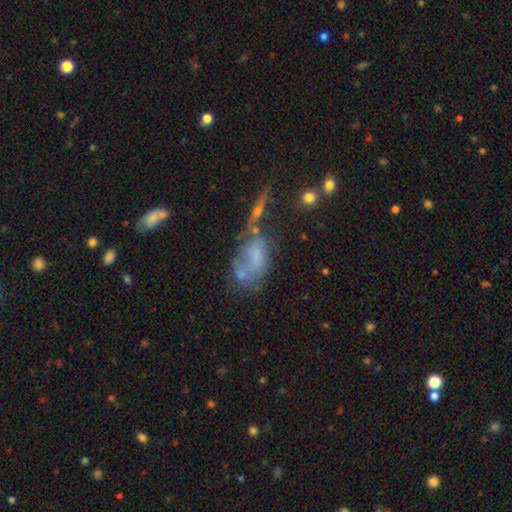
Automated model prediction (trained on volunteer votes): Q: Smooth or featured?
A: smooth (49%); runner-up: featured or disk (38%)
Q: Merging?
A: merger (34%); runner-up: none (25%)